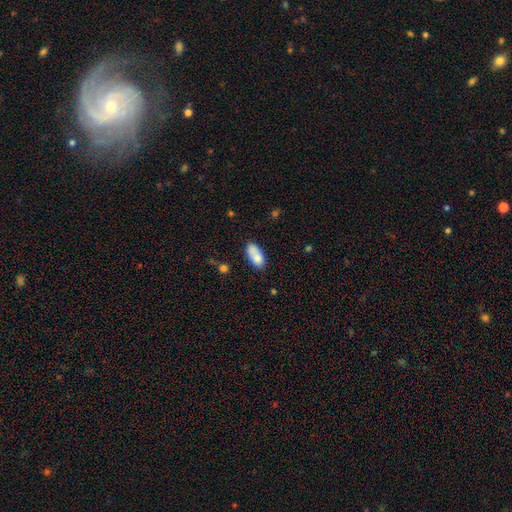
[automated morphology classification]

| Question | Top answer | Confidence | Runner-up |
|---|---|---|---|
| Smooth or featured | smooth | 81% | featured or disk (11%) |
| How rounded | in between | 89% | cigar-shaped (8%) |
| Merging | none | 57% | minor disturbance (22%) |